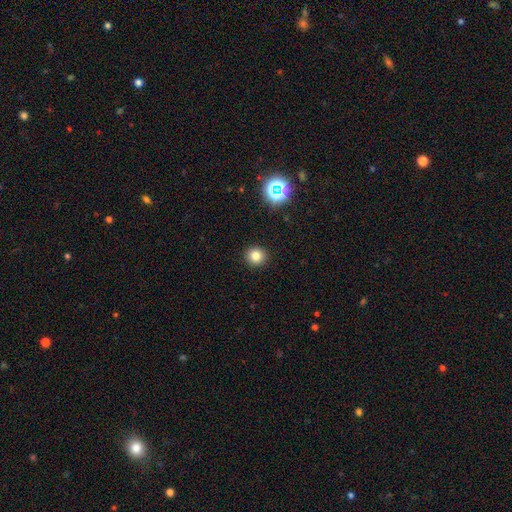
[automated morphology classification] Q: Smooth or featured?
A: smooth (79%); runner-up: star or artifact (15%)
Q: How rounded?
A: round (92%); runner-up: in between (7%)
Q: Merging?
A: none (92%); runner-up: minor disturbance (5%)